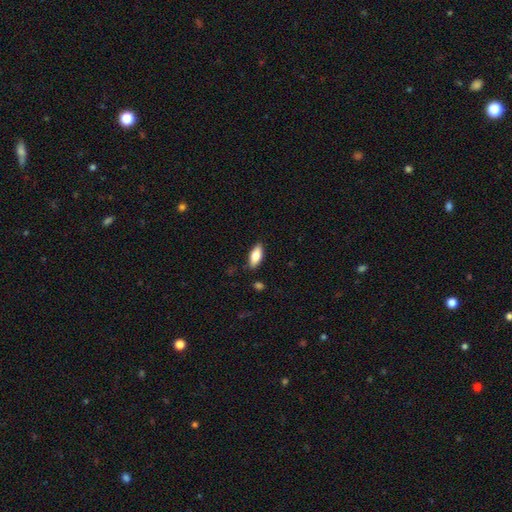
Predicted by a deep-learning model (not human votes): This appears to be a smooth galaxy with no disk features (81%) that is in between round and cigar-shaped (83%). Merging: none (84%).